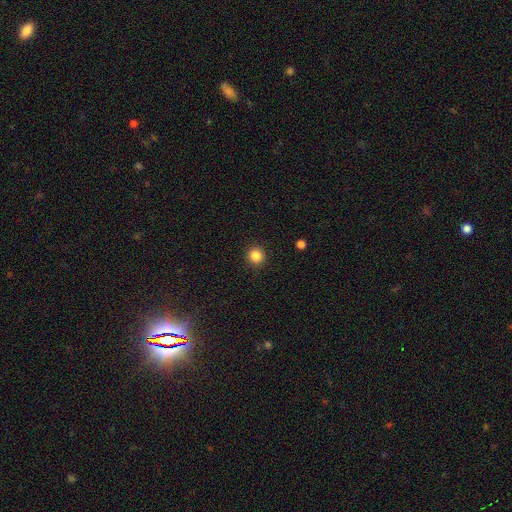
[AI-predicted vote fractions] A smooth galaxy with no disk features (85%) that is round (94%).

Vote fractions:
- Smooth or featured? smooth: 85% / star or artifact: 11% / featured or disk: 4%
- How rounded? round: 94% / in between: 5% / cigar-shaped: 1%
- Merging? none: 92% / minor disturbance: 5% / major disturbance: 2% / merger: 1%